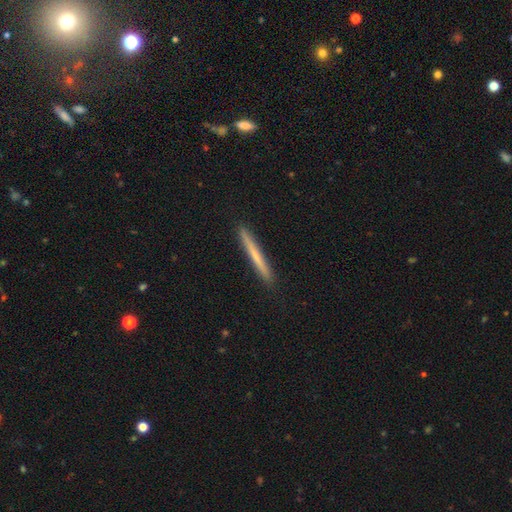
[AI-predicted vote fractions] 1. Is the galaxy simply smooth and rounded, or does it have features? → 58% smooth, 35% featured or disk, 6% star or artifact.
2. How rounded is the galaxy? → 97% cigar-shaped, 2% in between, 1% round.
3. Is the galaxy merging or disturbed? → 92% none, 6% minor disturbance, 1% major disturbance, 1% merger.